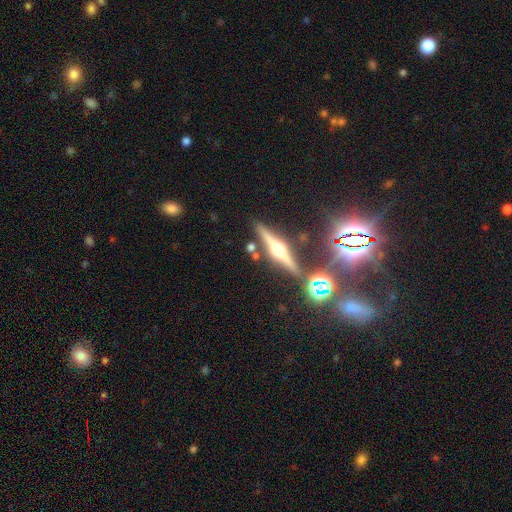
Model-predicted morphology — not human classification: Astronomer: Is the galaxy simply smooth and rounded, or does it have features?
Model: featured or disk — 58%.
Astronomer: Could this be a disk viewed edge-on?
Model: yes — 88%.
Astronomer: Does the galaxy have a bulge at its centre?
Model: rounded — 93%.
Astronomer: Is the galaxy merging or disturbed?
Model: none — 75%.